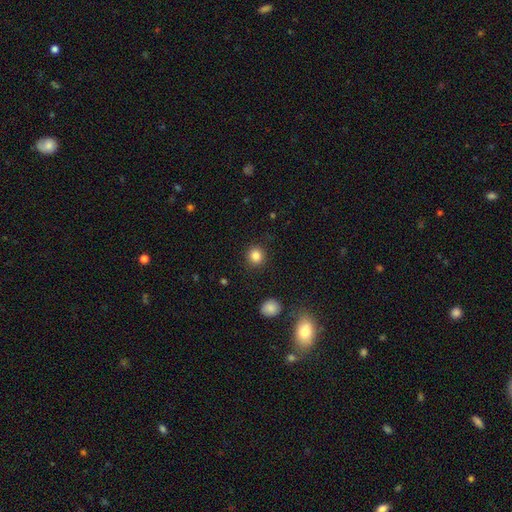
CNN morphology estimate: This is clearly a smooth galaxy (85%). How rounded: clearly round (92%). Merging: clearly none (90%).